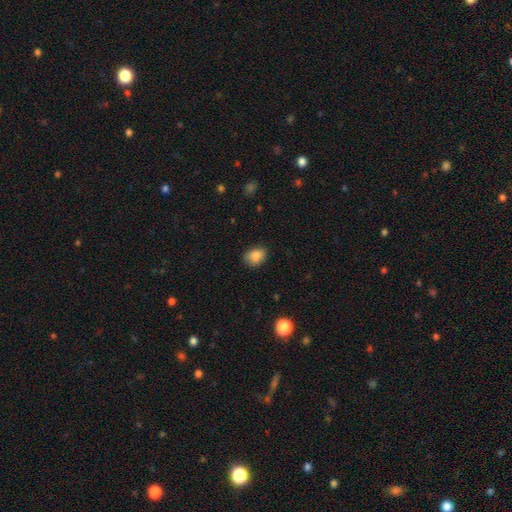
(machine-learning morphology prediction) smooth_or_featured: smooth (p=0.85) [alt: star or artifact p=0.09]
how_rounded: in between (p=0.67) [alt: round p=0.32]
merging: none (p=0.74) [alt: minor disturbance p=0.21]